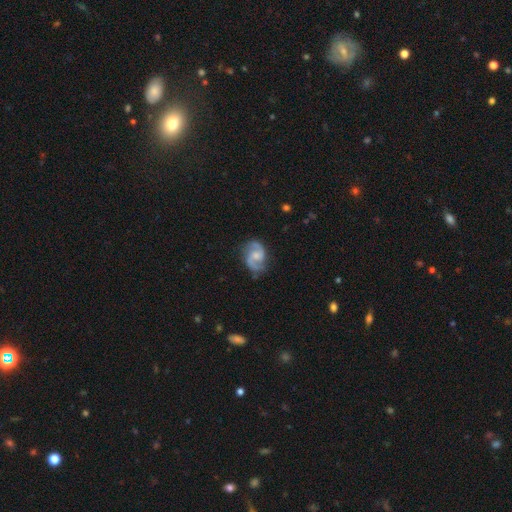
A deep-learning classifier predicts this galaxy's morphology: Q: Smooth or featured?
A: featured or disk (86%); runner-up: smooth (8%)
Q: Edge-on disk?
A: no (98%); runner-up: yes (2%)
Q: Bar?
A: no (47%); runner-up: weak (45%)
Q: Spiral arms?
A: yes (97%); runner-up: no (3%)
Q: Spiral winding?
A: medium (57%); runner-up: loose (27%)
Q: Spiral arm count?
A: 2 (93%); runner-up: can't tell (3%)
Q: Bulge size?
A: moderate (42%); runner-up: small (38%)
Q: Merging?
A: none (77%); runner-up: minor disturbance (17%)